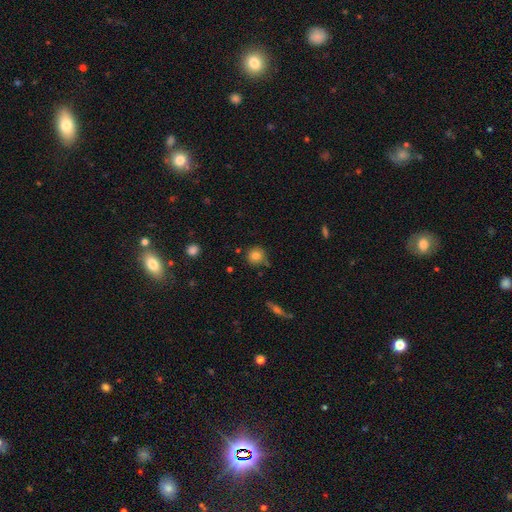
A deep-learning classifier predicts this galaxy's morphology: The model was most divided on "merging": none: 78%, minor disturbance: 15%, merger: 4%, major disturbance: 3%. More confident: how rounded — round (92%); smooth or featured — smooth (80%).